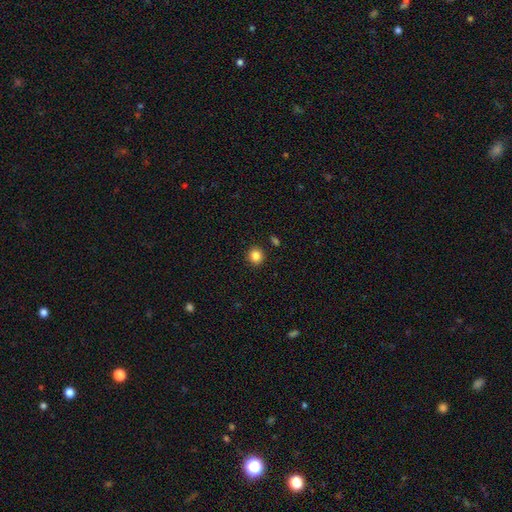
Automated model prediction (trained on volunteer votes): smooth-or-featured: smooth: 83% | star or artifact: 11% | featured or disk: 5%
  how-rounded: round: 90% | in between: 9% | cigar-shaped: 1%
  merging: none: 90% | minor disturbance: 6% | merger: 2% | major disturbance: 2%